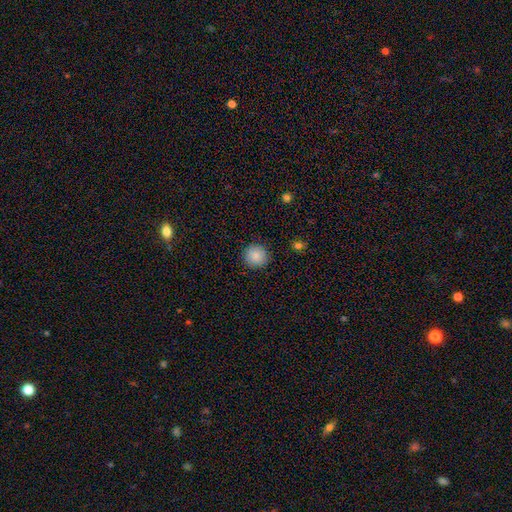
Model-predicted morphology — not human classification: A smooth galaxy with no disk features (87%) that is round (94%).

Vote fractions:
- Smooth or featured? smooth: 87% / star or artifact: 8% / featured or disk: 5%
- How rounded? round: 94% / in between: 5% / cigar-shaped: 1%
- Merging? none: 91% / minor disturbance: 6% / major disturbance: 2% / merger: 1%